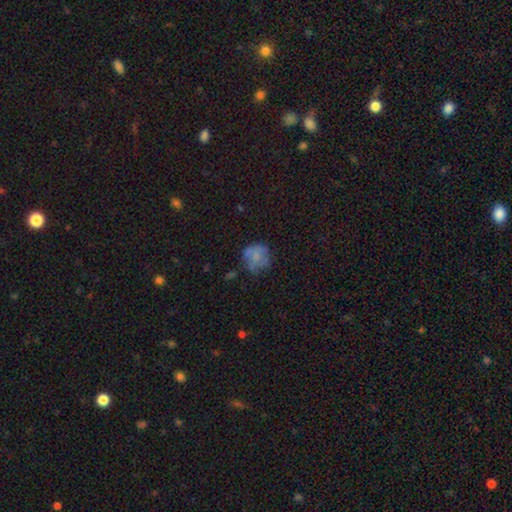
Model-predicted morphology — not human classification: smooth-or-featured: smooth: 54% | featured or disk: 34% | star or artifact: 12%
  how-rounded: round: 84% | in between: 15% | cigar-shaped: 1%
  merging: none: 60% | minor disturbance: 22% | major disturbance: 14% | merger: 4%